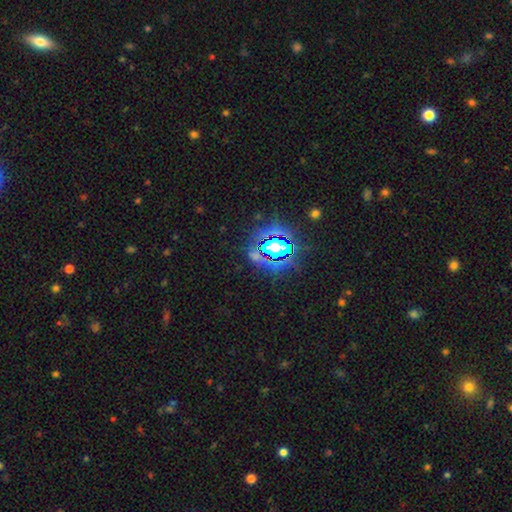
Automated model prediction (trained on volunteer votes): A star or artifact, not a galaxy (68%).

Vote fractions:
- Smooth or featured? star or artifact: 68% / smooth: 21% / featured or disk: 11%